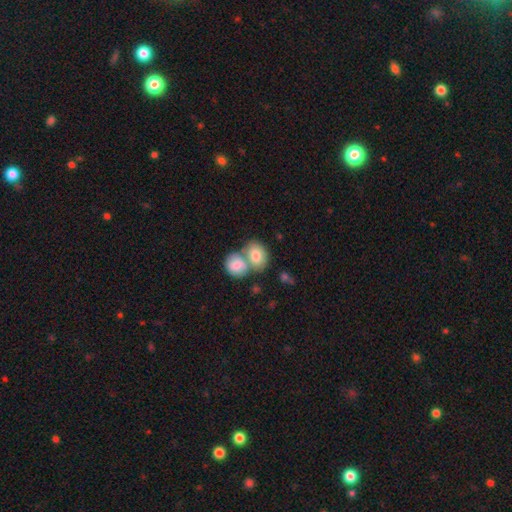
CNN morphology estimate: Smooth or featured?
  - smooth: 80% *
  - featured or disk: 13%
  - star or artifact: 6%
How rounded?
  - in between: 64% *
  - round: 35%
  - cigar-shaped: 1%
Merging?
  - merger: 61% *
  - none: 29%
  - minor disturbance: 8%
  - major disturbance: 3%